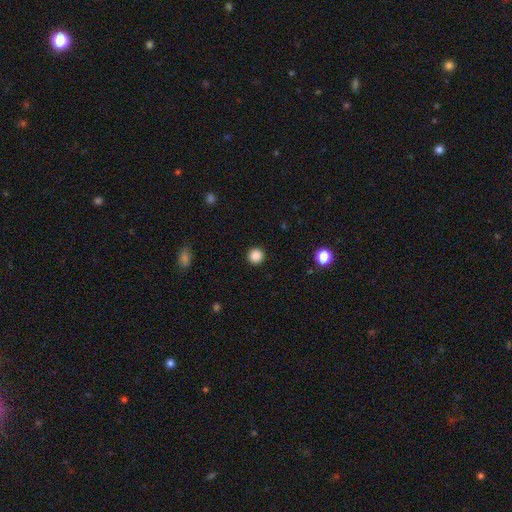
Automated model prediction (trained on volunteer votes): Smooth or featured? smooth (87%)
How rounded? round (95%)
Merging? none (93%)